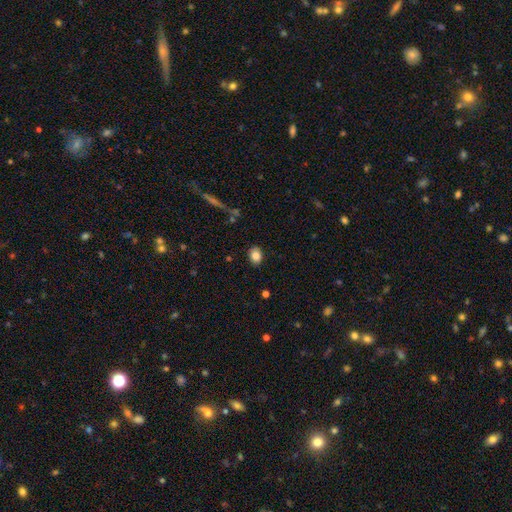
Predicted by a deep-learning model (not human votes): A smooth galaxy with no disk features (84%) that is in between round and cigar-shaped (65%). Merging: none (86%).